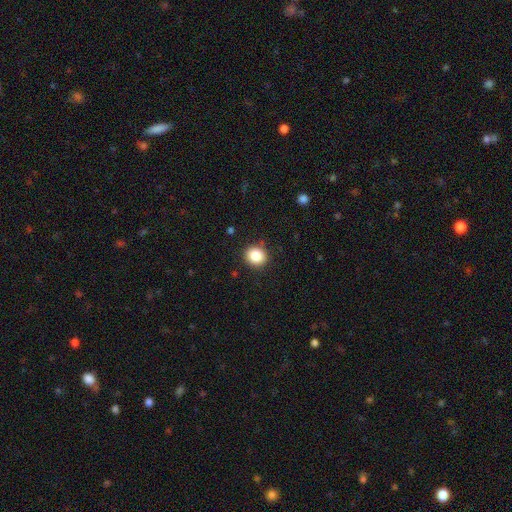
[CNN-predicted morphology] This is clearly a smooth galaxy (85%). How rounded: clearly round (81%). Merging: clearly none (88%).